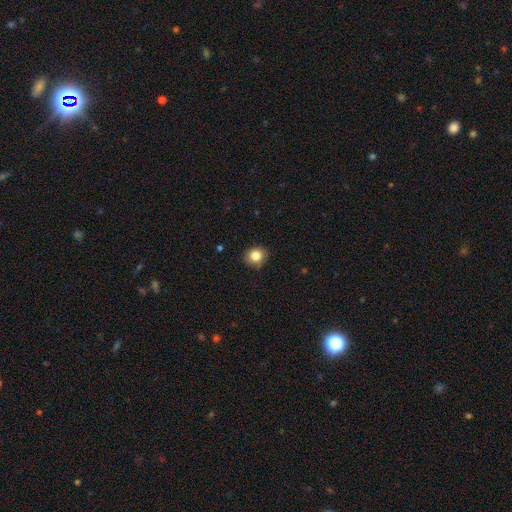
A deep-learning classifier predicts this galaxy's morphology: This is clearly a smooth galaxy (84%). How rounded: likely round (80%). Merging: clearly none (87%).